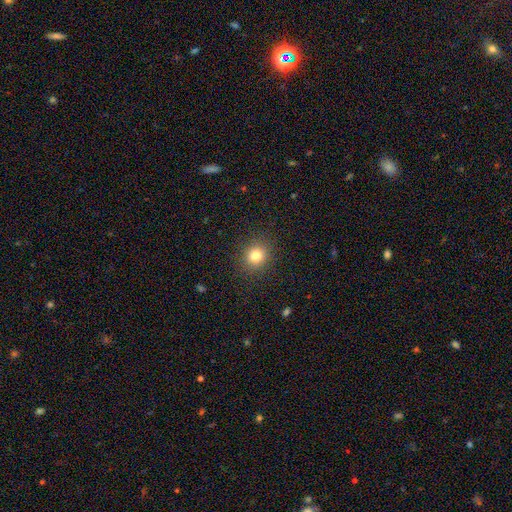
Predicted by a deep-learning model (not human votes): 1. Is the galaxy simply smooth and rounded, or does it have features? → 79% smooth, 13% star or artifact, 8% featured or disk.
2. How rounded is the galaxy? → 79% round, 20% in between, 1% cigar-shaped.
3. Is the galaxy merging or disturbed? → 89% none, 7% minor disturbance, 3% major disturbance, 1% merger.